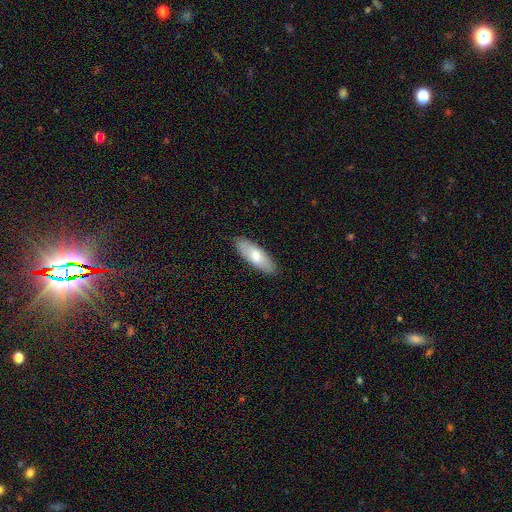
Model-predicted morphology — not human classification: Smooth or featured? Predicted: smooth (p=0.72). How rounded? Predicted: in between (p=0.63). Merging? Predicted: none (p=0.88).